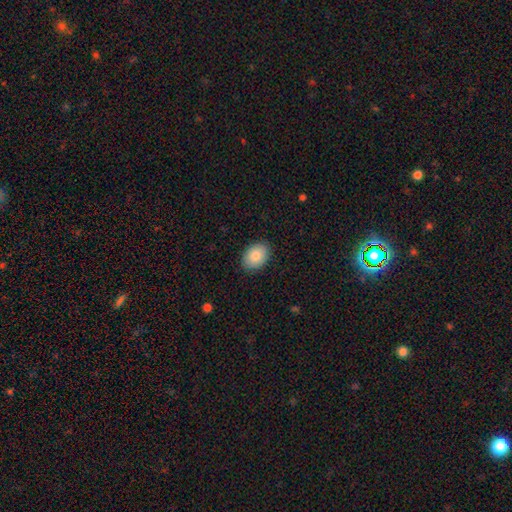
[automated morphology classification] Overall: smooth (84%). How rounded: in between (79%). Merging: none (88%).